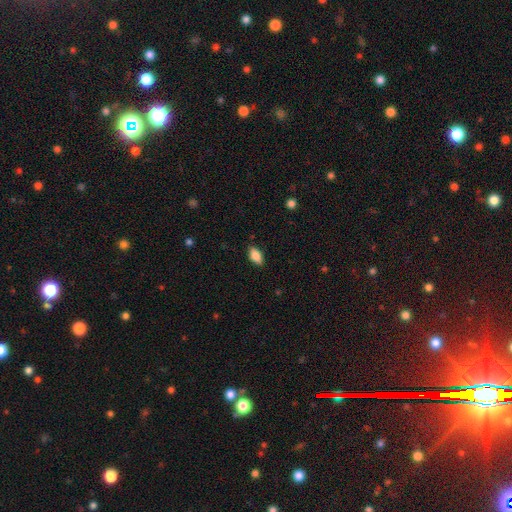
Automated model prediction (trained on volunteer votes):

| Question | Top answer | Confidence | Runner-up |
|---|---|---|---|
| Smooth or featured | smooth | 84% | featured or disk (9%) |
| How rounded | in between | 90% | cigar-shaped (7%) |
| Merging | none | 86% | minor disturbance (11%) |